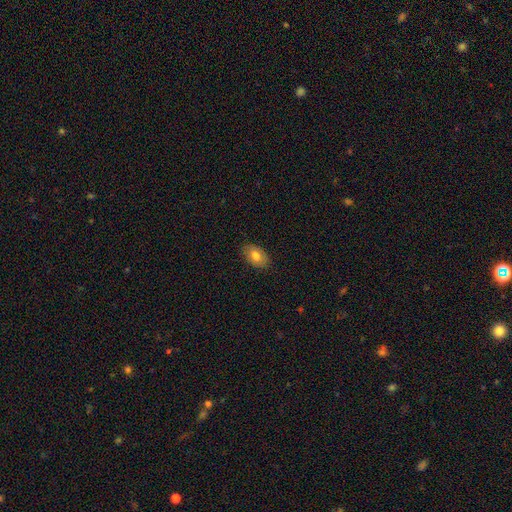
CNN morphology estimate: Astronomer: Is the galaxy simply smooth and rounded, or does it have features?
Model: smooth — 77%.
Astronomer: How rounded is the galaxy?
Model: in between — 90%.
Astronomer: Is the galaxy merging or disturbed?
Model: none — 86%.